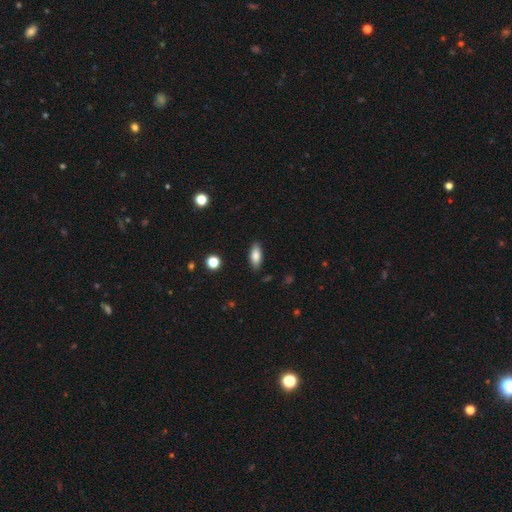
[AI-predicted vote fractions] smooth 84%, featured or disk 9%, star or artifact 7%. Down the decision tree: how rounded — in between (82%); merging — none (87%).